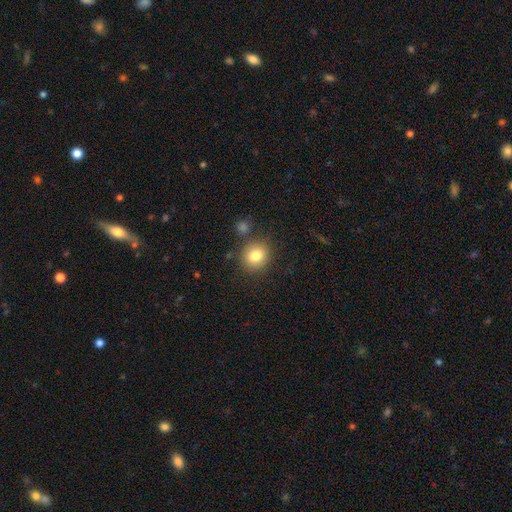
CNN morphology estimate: Smooth or featured?
  - smooth: 81% *
  - star or artifact: 11%
  - featured or disk: 9%
How rounded?
  - round: 79% *
  - in between: 20%
  - cigar-shaped: 1%
Merging?
  - none: 80% *
  - minor disturbance: 10%
  - merger: 6%
  - major disturbance: 3%